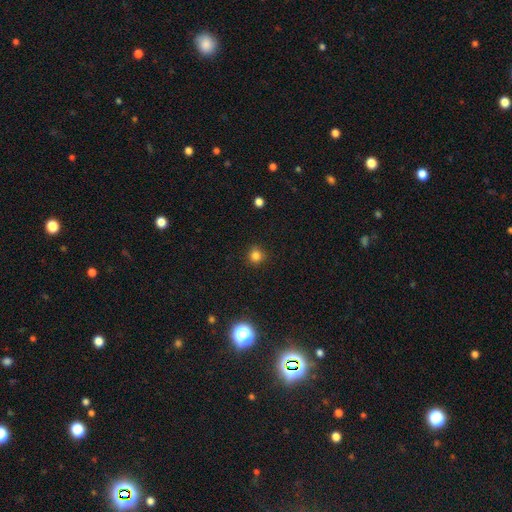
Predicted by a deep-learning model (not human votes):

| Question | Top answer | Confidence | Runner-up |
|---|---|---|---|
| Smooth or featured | smooth | 81% | star or artifact (15%) |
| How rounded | round | 92% | in between (7%) |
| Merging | none | 89% | minor disturbance (8%) |